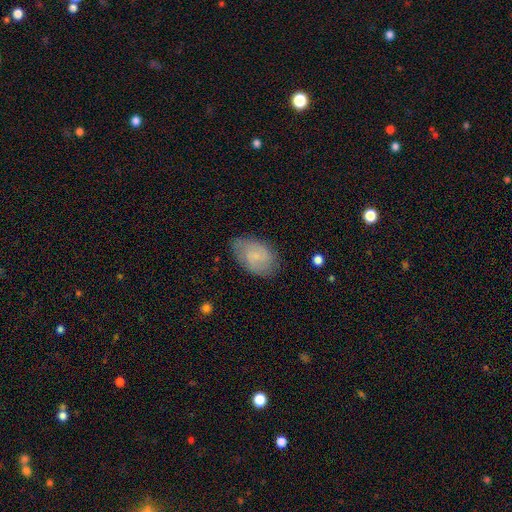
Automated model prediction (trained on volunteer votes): The model was most divided on "smooth or featured": smooth: 58%, featured or disk: 34%, star or artifact: 8%. More confident: how rounded — in between (89%); merging — none (71%).